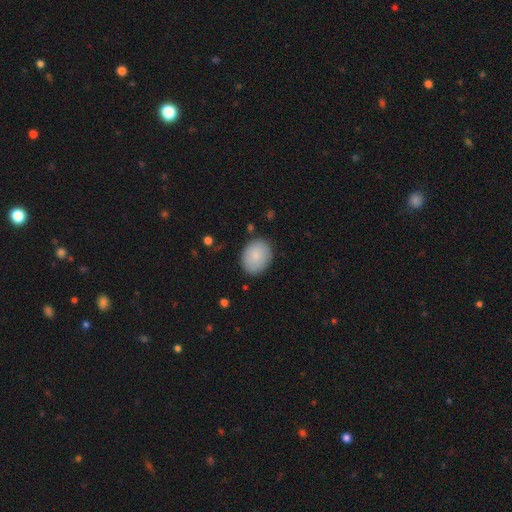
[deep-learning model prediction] smooth_or_featured: smooth (p=0.85) [alt: featured or disk p=0.09]
how_rounded: in between (p=0.63) [alt: round p=0.36]
merging: none (p=0.84) [alt: minor disturbance p=0.12]